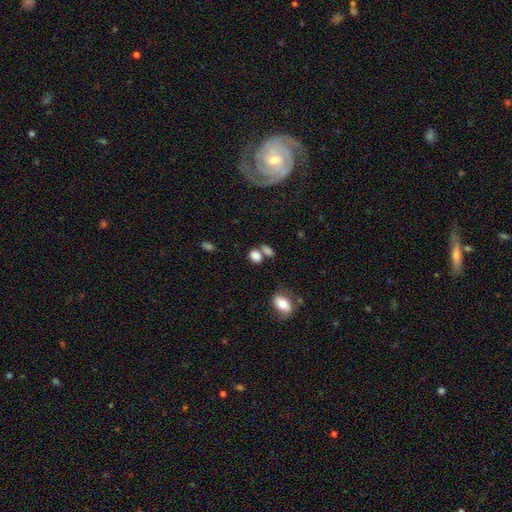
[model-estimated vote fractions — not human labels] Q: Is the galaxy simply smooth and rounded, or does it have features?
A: smooth — 82%.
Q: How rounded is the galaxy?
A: in between — 64%.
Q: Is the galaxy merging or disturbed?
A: none — 49%.